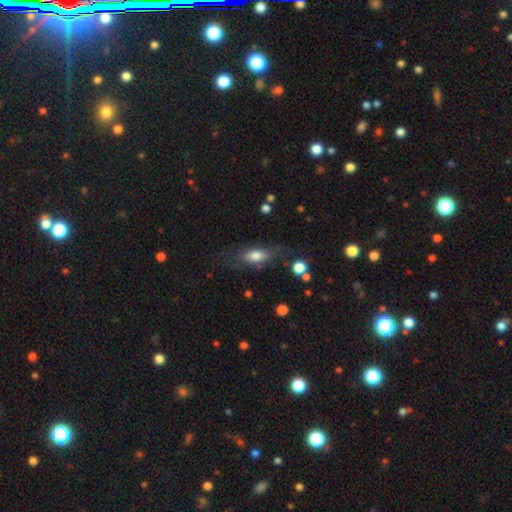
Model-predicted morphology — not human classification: A smooth galaxy with no disk features (69%) that is in between round and cigar-shaped (77%).

Vote fractions:
- Smooth or featured? smooth: 69% / featured or disk: 23% / star or artifact: 8%
- How rounded? in between: 77% / cigar-shaped: 18% / round: 5%
- Merging? none: 59% / minor disturbance: 23% / major disturbance: 14% / merger: 4%